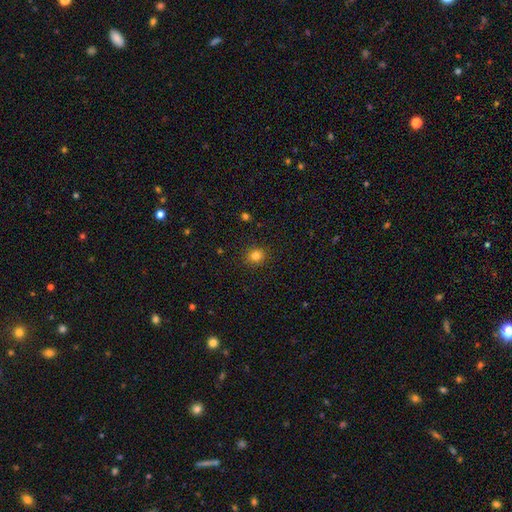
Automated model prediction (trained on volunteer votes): Smooth or featured: smooth — 82% (star or artifact — 13%)
How rounded: round — 83% (in between — 16%)
Merging: none — 89% (minor disturbance — 8%)